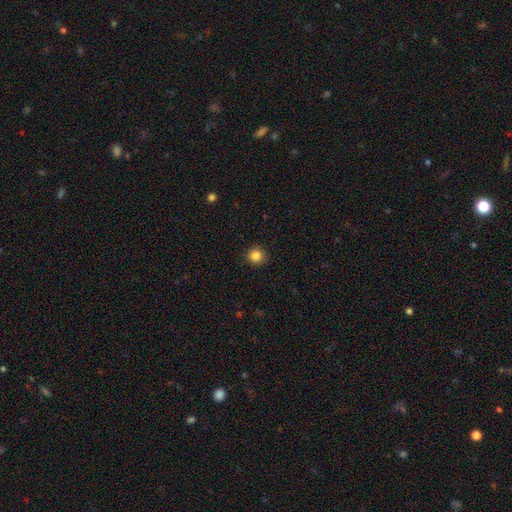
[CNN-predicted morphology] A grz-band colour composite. It shows a smooth galaxy with no disk features (85%) that is round (94%). Merging: none (92%).